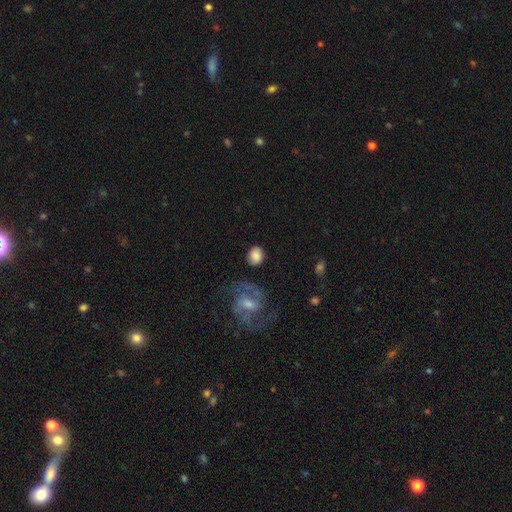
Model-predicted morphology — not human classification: Smooth or featured? smooth (77%)
How rounded? round (60%)
Merging? none (74%)